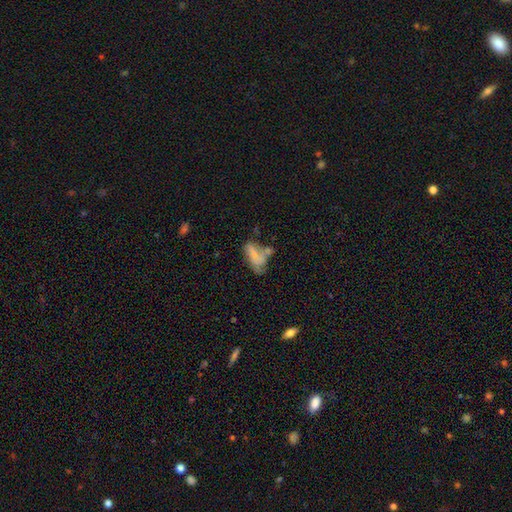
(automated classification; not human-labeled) The model was most divided on "merging": merger: 32%, major disturbance: 26%, none: 23%, minor disturbance: 20%. More confident: how rounded — in between (84%); smooth or featured — smooth (58%).